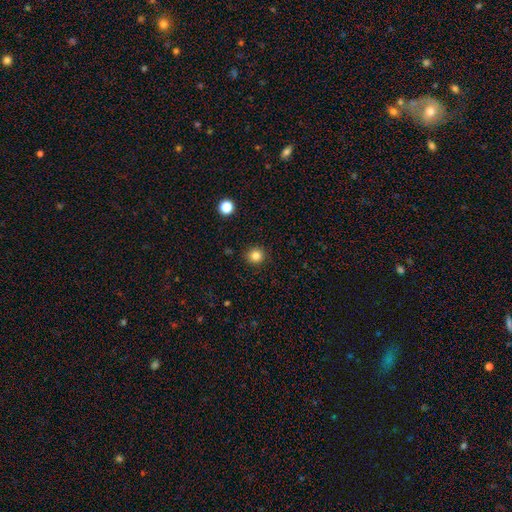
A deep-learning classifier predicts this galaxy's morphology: A smooth galaxy with no disk features (83%) that is round (92%). Merging: none (91%).